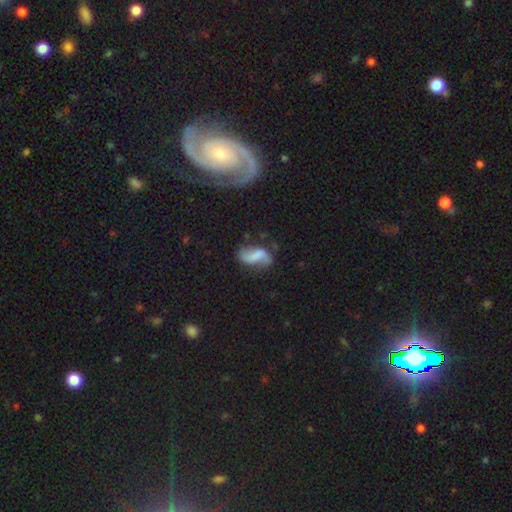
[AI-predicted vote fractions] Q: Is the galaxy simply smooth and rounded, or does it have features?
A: featured or disk — 54%.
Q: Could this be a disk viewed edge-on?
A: no — 95%.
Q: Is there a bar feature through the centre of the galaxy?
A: weak — 35%, tied with strong.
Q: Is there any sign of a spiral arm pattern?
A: yes — 80%.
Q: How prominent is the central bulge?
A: none — 58%.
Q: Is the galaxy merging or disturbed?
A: none — 56%.